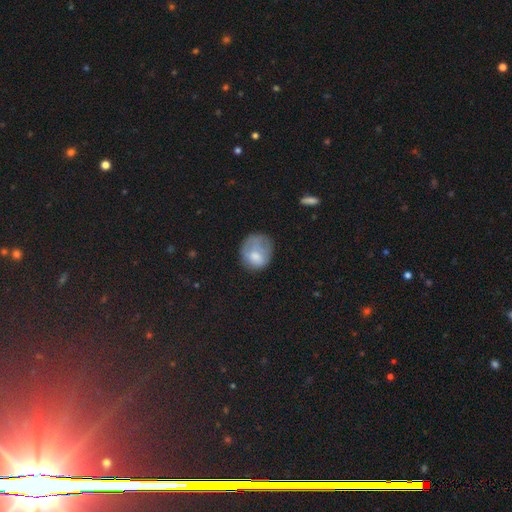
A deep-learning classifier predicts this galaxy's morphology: smooth-or-featured: smooth: 70% | featured or disk: 21% | star or artifact: 9%
  how-rounded: round: 67% | in between: 32% | cigar-shaped: 1%
  merging: none: 41% | minor disturbance: 30% | major disturbance: 26% | merger: 2%